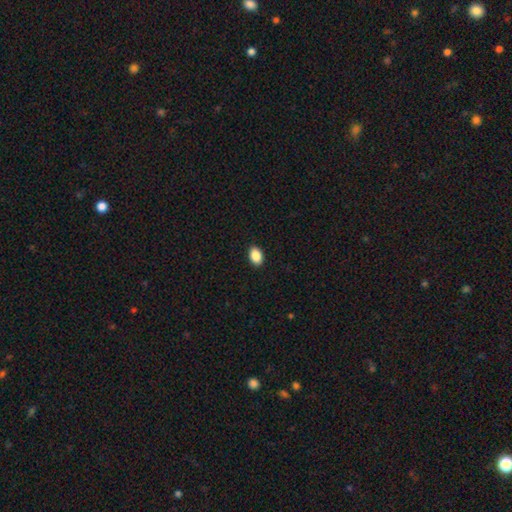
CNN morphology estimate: Smooth or featured: smooth — 89% (star or artifact — 7%)
How rounded: in between — 88% (round — 11%)
Merging: none — 91% (minor disturbance — 7%)